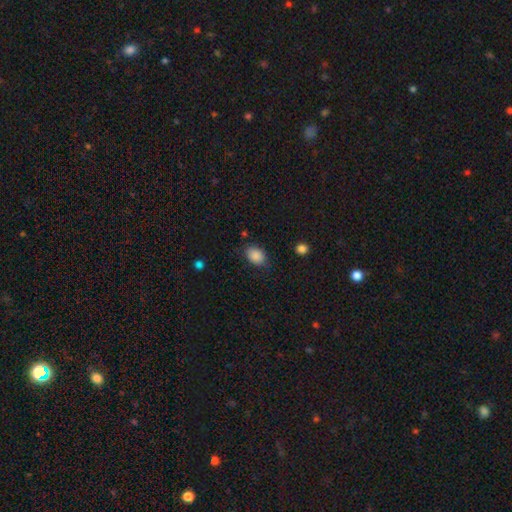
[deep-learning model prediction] smooth 87%, star or artifact 9%, featured or disk 5%. Down the decision tree: how rounded — in between (72%); merging — none (76%).